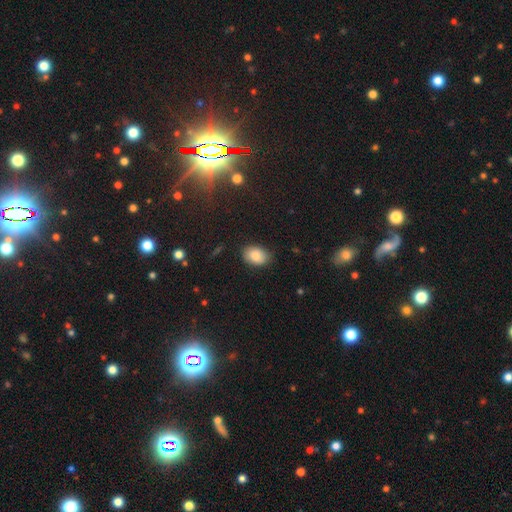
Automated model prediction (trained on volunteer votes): Smooth or featured: smooth — 85% (star or artifact — 8%)
How rounded: in between — 81% (round — 18%)
Merging: none — 81% (minor disturbance — 15%)